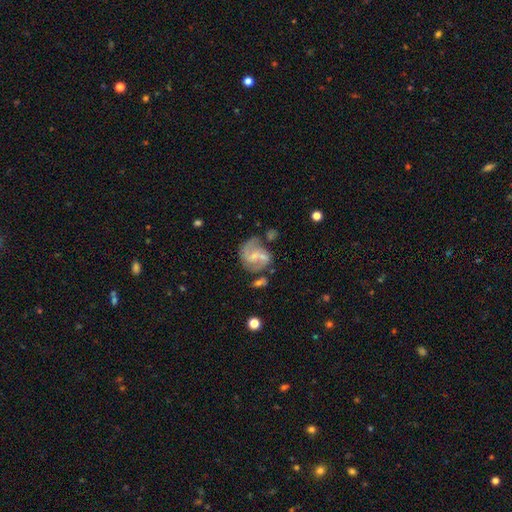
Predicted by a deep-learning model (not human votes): featured or disk 75%, smooth 17%, star or artifact 7%. Down the decision tree: edge-on disk — no (98%); bar — weak (48%); spiral arms — yes (90%); spiral arm count — 2 (81%); spiral winding — medium (48%); bulge size — small (50%); merging — none (49%).